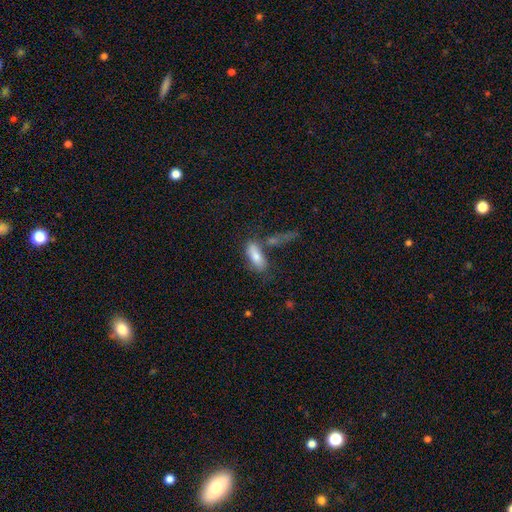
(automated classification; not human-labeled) Smooth or featured?
  - smooth: 78% *
  - featured or disk: 15%
  - star or artifact: 7%
How rounded?
  - in between: 75% *
  - cigar-shaped: 22%
  - round: 3%
Merging?
  - none: 53% *
  - merger: 23%
  - minor disturbance: 16%
  - major disturbance: 8%